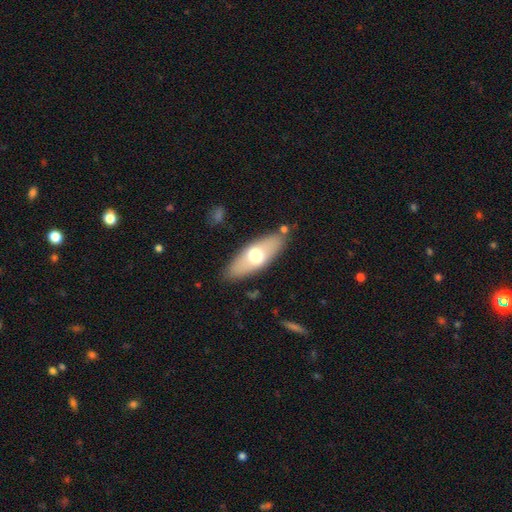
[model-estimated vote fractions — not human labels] The model was most divided on "smooth or featured": smooth: 60%, featured or disk: 34%, star or artifact: 6%. More confident: merging — none (83%); how rounded — in between (67%).